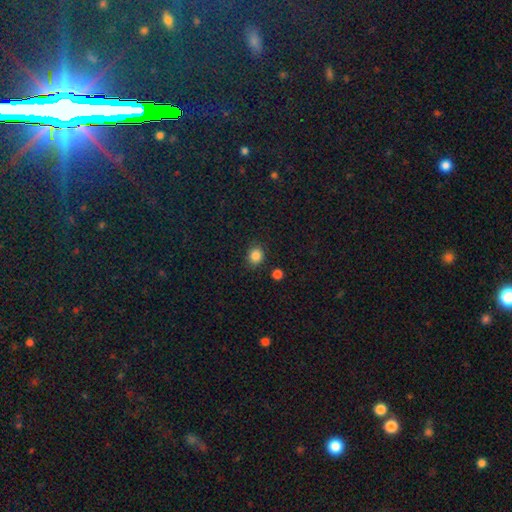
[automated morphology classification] smooth-or-featured: smooth: 85% | star or artifact: 11% | featured or disk: 4%
  how-rounded: round: 75% | in between: 25% | cigar-shaped: 1%
  merging: none: 85% | minor disturbance: 9% | merger: 3% | major disturbance: 3%